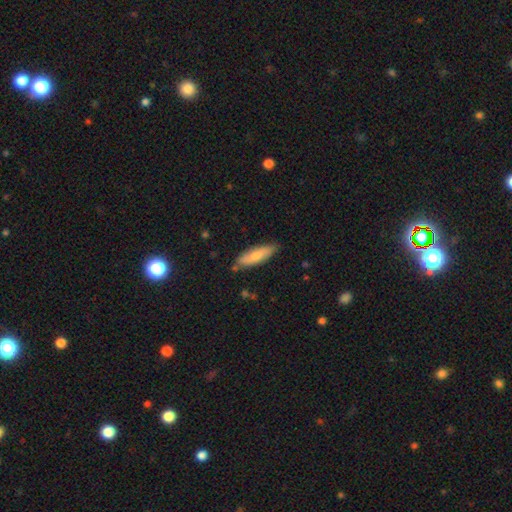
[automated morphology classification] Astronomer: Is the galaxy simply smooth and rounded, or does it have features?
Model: smooth — 71%.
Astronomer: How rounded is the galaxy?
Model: cigar-shaped — 50% (runner-up: in between, 48%).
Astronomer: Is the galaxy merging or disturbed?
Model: none — 78%.